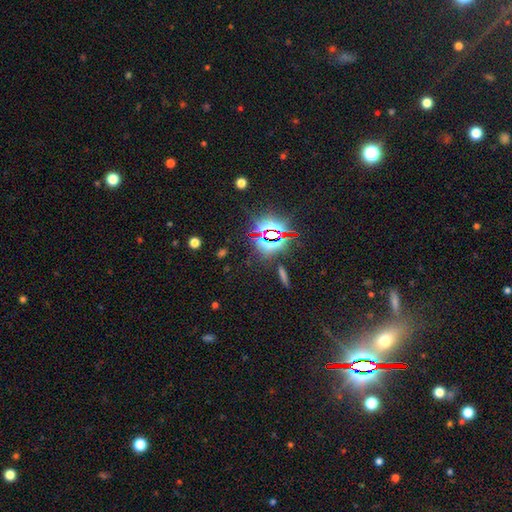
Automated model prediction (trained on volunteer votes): A star or artifact, not a galaxy (85%).

Vote fractions:
- Smooth or featured? star or artifact: 85% / smooth: 8% / featured or disk: 7%